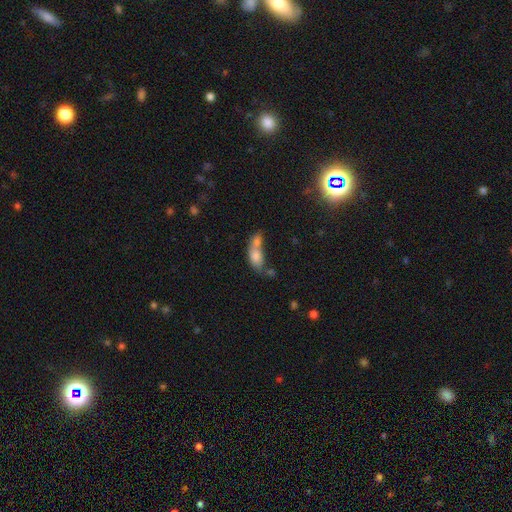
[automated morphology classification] smooth-or-featured: smooth: 74% | featured or disk: 17% | star or artifact: 9%
  how-rounded: in between: 81% | round: 12% | cigar-shaped: 8%
  merging: merger: 69% | none: 17% | minor disturbance: 8% | major disturbance: 7%